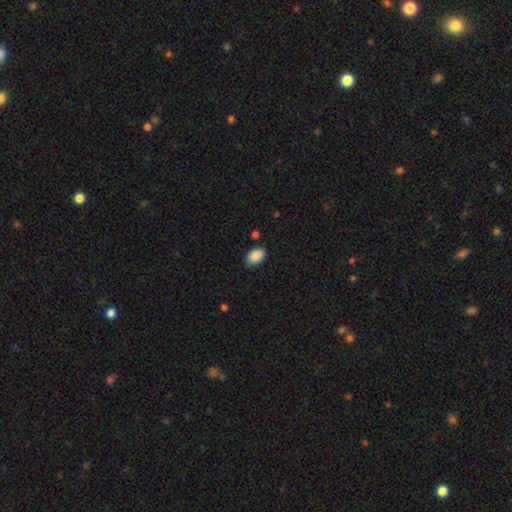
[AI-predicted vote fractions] smooth 89%, star or artifact 7%, featured or disk 3%. Down the decision tree: how rounded — in between (90%); merging — none (84%).